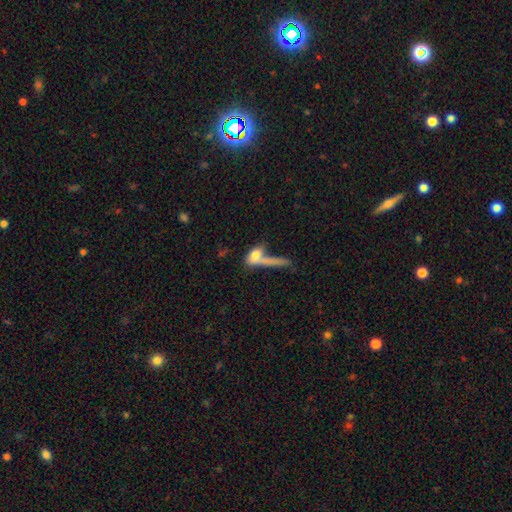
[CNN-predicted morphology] Q: Smooth or featured?
A: smooth (66%); runner-up: featured or disk (25%)
Q: How rounded?
A: in between (56%); runner-up: cigar-shaped (32%)
Q: Merging?
A: merger (41%); runner-up: none (27%)